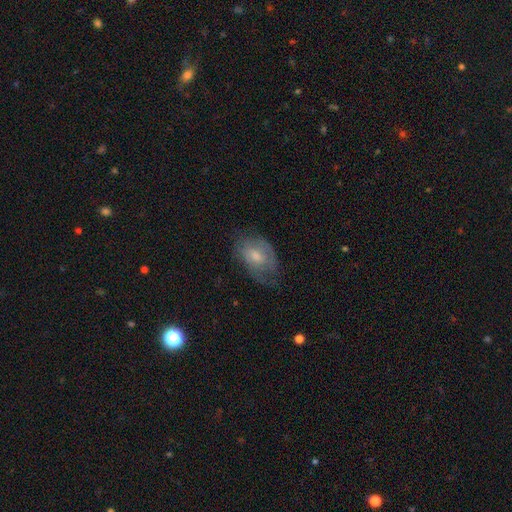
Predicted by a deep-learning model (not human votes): The model was most divided on "smooth or featured": featured or disk: 52%, smooth: 37%, star or artifact: 10%. More confident: edge-on disk — no (94%); merging — none (58%).